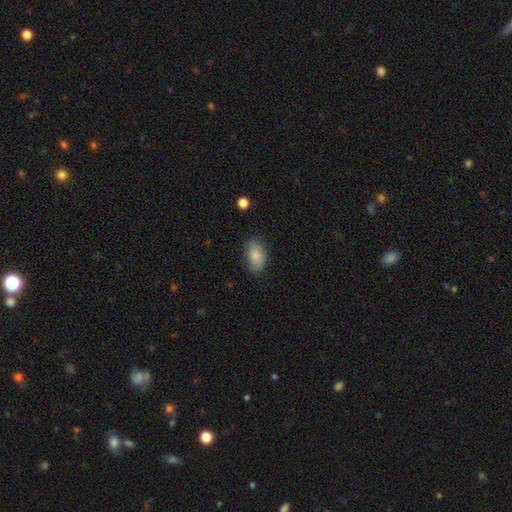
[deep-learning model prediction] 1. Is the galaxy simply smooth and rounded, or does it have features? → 82% smooth, 11% featured or disk, 7% star or artifact.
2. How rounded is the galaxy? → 91% in between, 7% round, 2% cigar-shaped.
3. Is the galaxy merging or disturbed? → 74% none, 20% minor disturbance, 4% major disturbance, 1% merger.